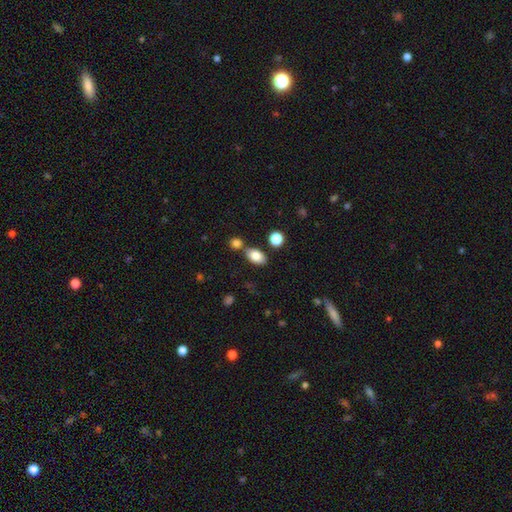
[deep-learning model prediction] The model was most divided on "merging": none: 72%, merger: 14%, minor disturbance: 11%, major disturbance: 3%. More confident: how rounded — in between (89%); smooth or featured — smooth (83%).